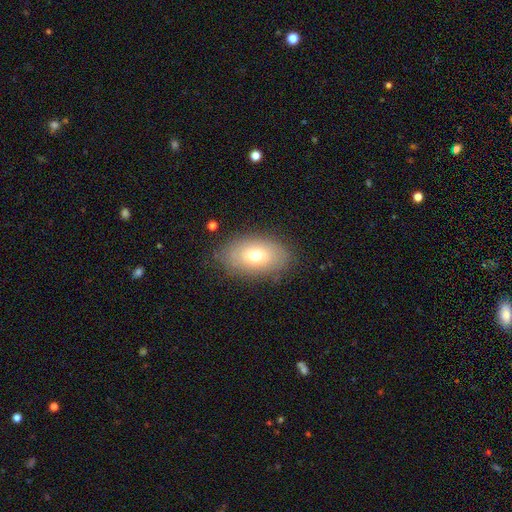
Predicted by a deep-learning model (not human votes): Overall: smooth (66%). How rounded: in between (88%). Merging: none (81%).